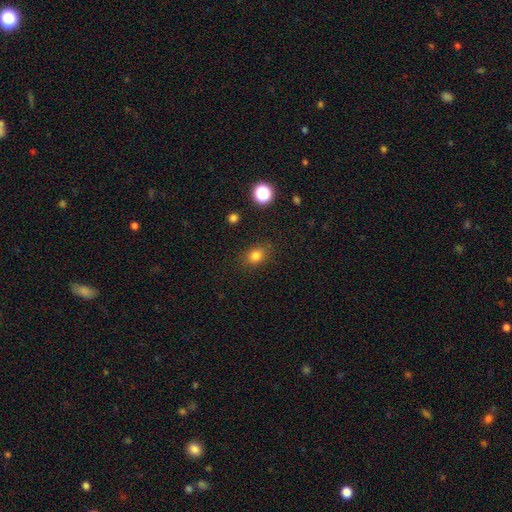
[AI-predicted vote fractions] The model was most divided on "how rounded": in between: 54%, round: 45%, cigar-shaped: 1%. More confident: merging — none (83%); smooth or featured — smooth (81%).